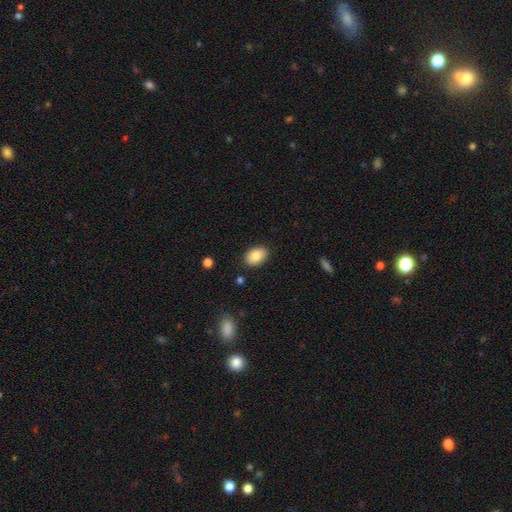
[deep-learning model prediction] smooth_or_featured: smooth (p=0.84) [alt: featured or disk p=0.09]
how_rounded: in between (p=0.86) [alt: round p=0.13]
merging: none (p=0.87) [alt: minor disturbance p=0.10]